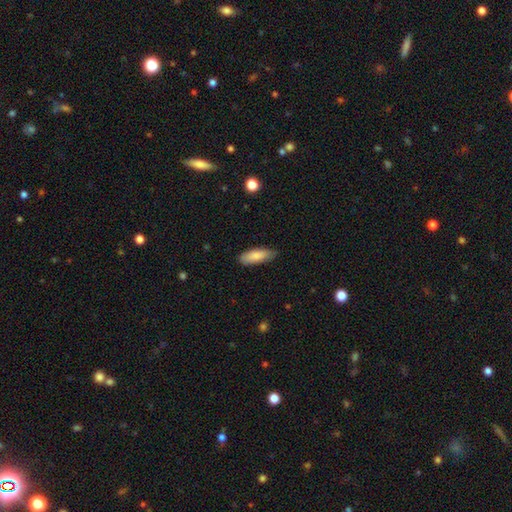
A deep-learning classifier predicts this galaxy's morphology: Smooth or featured: smooth — 84% (featured or disk — 10%)
How rounded: in between — 66% (cigar-shaped — 32%)
Merging: none — 78% (minor disturbance — 18%)